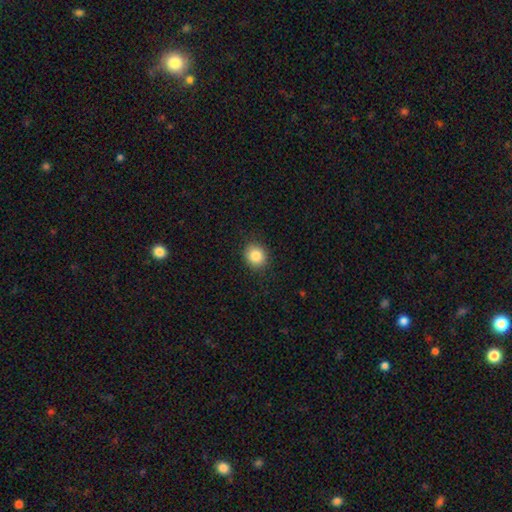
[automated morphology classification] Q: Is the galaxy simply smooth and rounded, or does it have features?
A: smooth — 85%.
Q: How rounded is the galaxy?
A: round — 77%.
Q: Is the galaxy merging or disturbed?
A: none — 90%.